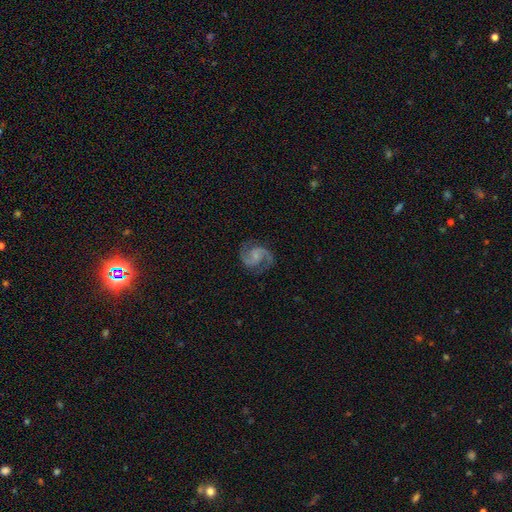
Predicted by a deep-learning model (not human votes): A featured or disk galaxy (91%) with no bar (49%), 2 (94%) medium (63%) spiral arms (98%) and a small central bulge (51%).

Vote fractions:
- Smooth or featured? featured or disk: 91% / smooth: 5% / star or artifact: 5%
- Edge-on disk? no: 98% / yes: 2%
- Bar? no: 49% / weak: 40% / strong: 11%
- Spiral arms? yes: 98% / no: 2%
- Spiral winding? medium: 63% / loose: 20% / tight: 17%
- Spiral arm count? 2: 94% / can't tell: 2% / 3: 1% / 1: 1% / 4: 1% / more than 4: 1%
- Bulge size? small: 51% / none: 28% / moderate: 18% / large: 2% / dominant: 1%
- Merging? none: 82% / minor disturbance: 12% / major disturbance: 5% / merger: 1%